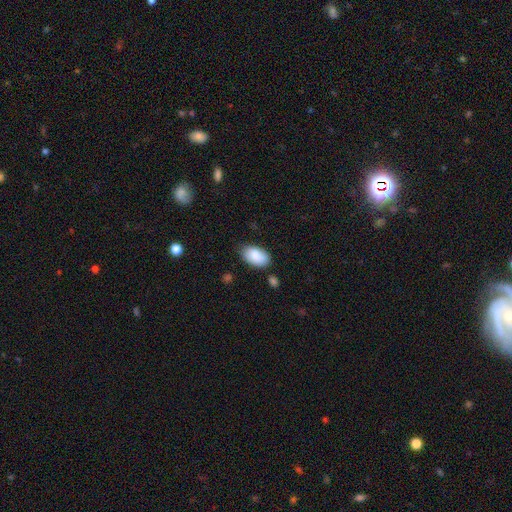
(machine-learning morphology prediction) smooth_or_featured: smooth (p=0.89) [alt: star or artifact p=0.06]
how_rounded: in between (p=0.95) [alt: round p=0.04]
merging: none (p=0.80) [alt: minor disturbance p=0.14]